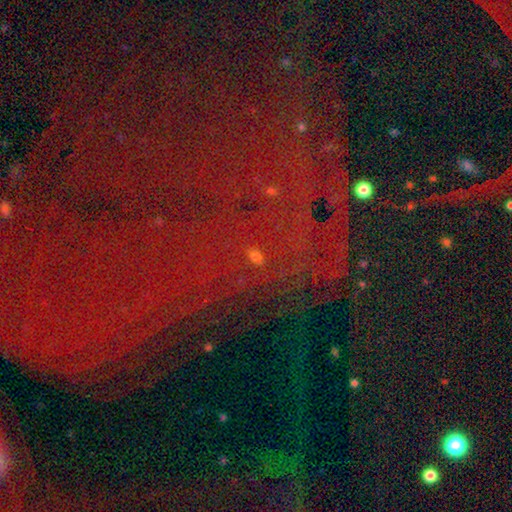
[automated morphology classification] smooth-or-featured: star or artifact: 75% | smooth: 14% | featured or disk: 11%